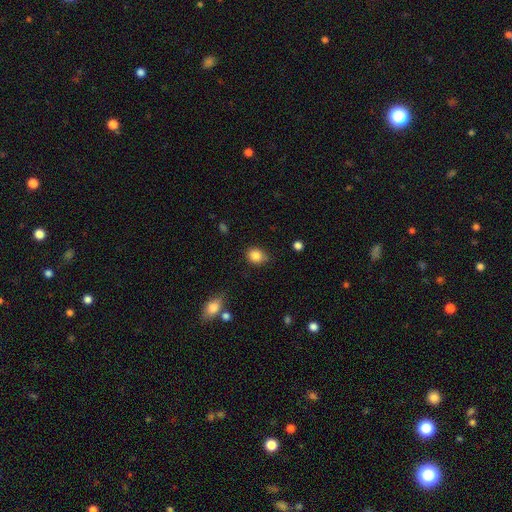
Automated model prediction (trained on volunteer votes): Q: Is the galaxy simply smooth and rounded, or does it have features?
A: smooth — 85%.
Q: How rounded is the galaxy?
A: round — 62%.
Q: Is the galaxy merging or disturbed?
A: none — 75%.